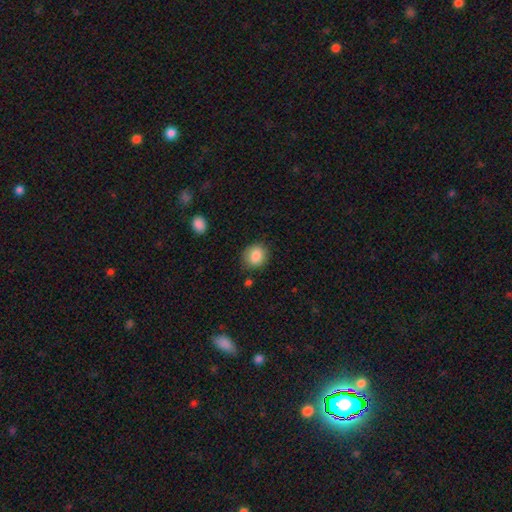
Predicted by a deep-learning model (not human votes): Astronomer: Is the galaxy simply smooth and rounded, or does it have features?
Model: smooth — 87%.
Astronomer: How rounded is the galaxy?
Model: round — 72%.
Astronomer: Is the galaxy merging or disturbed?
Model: none — 83%.